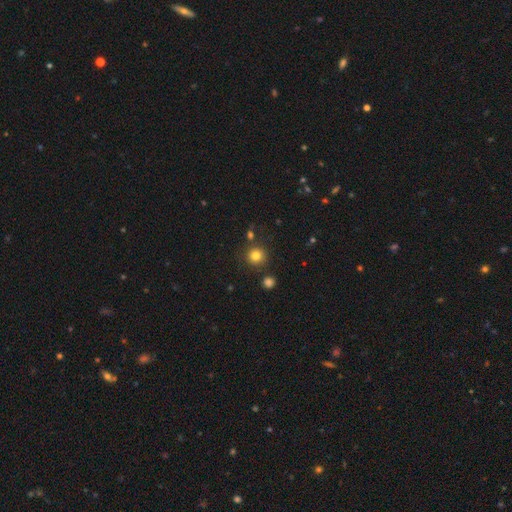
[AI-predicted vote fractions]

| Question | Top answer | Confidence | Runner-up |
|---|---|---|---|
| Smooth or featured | smooth | 80% | star or artifact (13%) |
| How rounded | round | 92% | in between (7%) |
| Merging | none | 84% | minor disturbance (8%) |